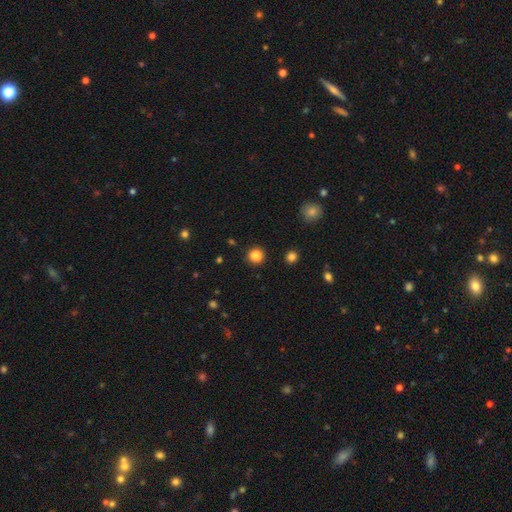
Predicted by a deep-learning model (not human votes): Q: Smooth or featured?
A: smooth (85%); runner-up: star or artifact (12%)
Q: How rounded?
A: round (91%); runner-up: in between (8%)
Q: Merging?
A: none (89%); runner-up: minor disturbance (7%)